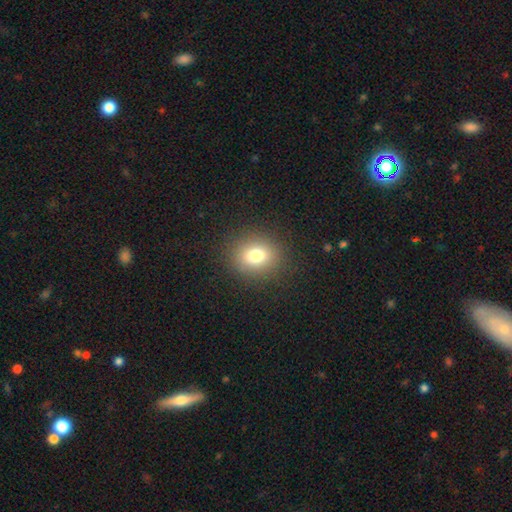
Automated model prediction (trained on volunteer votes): Morphology: type=smooth (77%); roundness=round (64%); merging=none (88%).